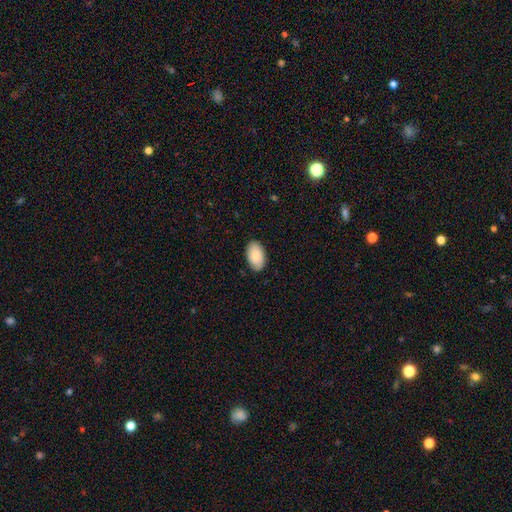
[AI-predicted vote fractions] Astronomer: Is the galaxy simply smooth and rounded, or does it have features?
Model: smooth — 81%.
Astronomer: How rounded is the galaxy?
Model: in between — 94%.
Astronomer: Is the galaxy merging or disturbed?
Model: none — 84%.